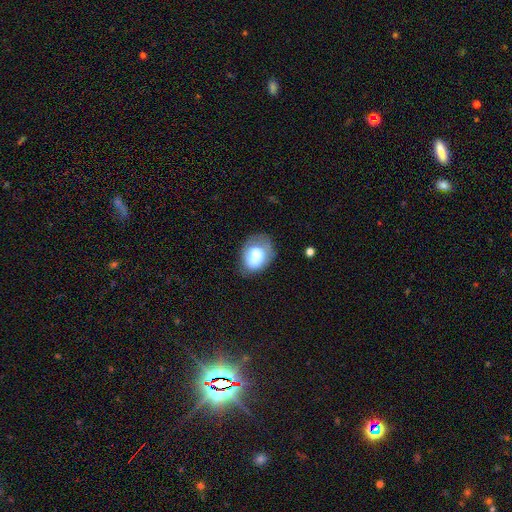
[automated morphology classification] smooth 67%, featured or disk 24%, star or artifact 9%. Down the decision tree: how rounded — in between (65%); merging — none (45%).